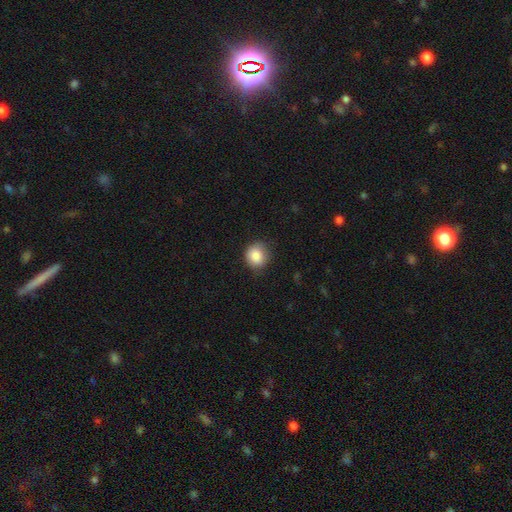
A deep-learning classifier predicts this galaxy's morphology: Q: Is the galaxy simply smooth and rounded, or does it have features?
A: smooth — 86%.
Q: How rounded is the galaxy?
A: round — 78%.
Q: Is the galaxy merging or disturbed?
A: none — 76%.